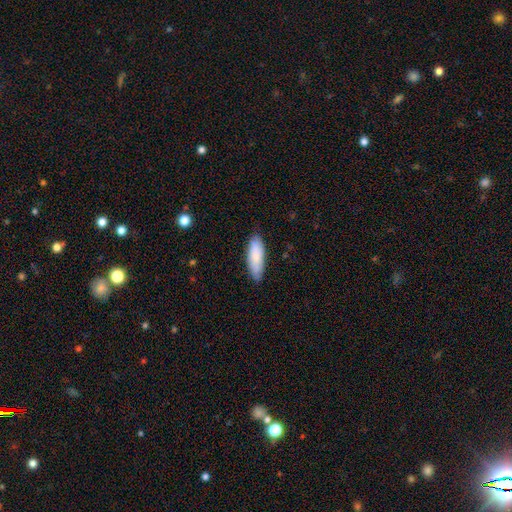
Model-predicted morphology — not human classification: A smooth galaxy with no disk features (83%) that is in between round and cigar-shaped (62%). Merging: none (83%).